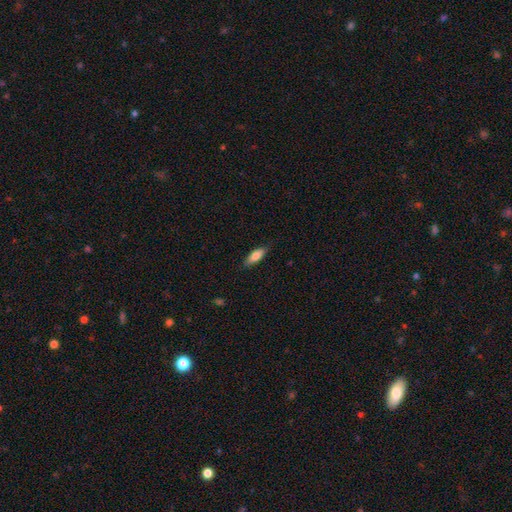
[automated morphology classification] Overall: smooth (76%). How rounded: in between (57%; cigar-shaped 41%). Merging: none (84%).